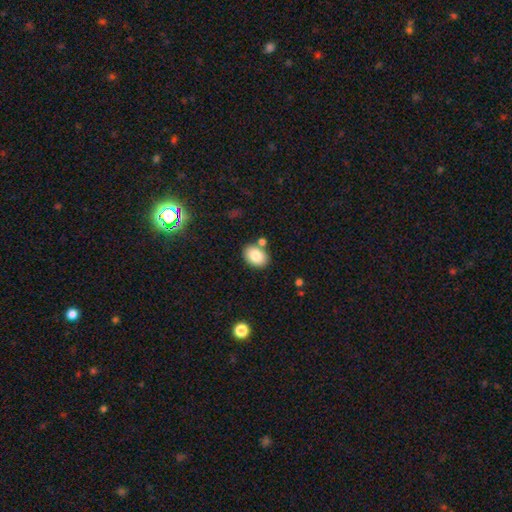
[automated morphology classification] smooth 84%, featured or disk 8%, star or artifact 8%. Down the decision tree: how rounded — in between (76%); merging — none (77%).